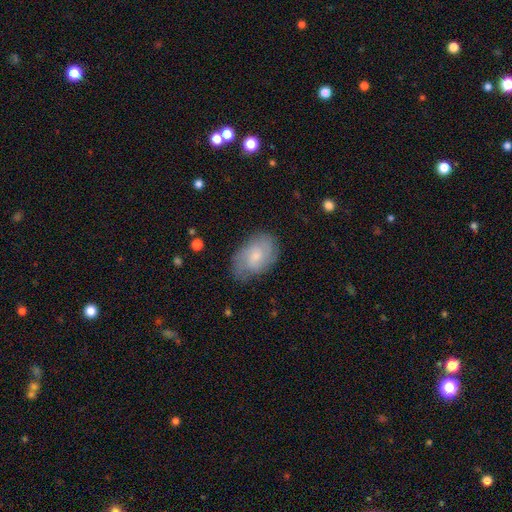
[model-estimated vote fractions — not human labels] Q: Smooth or featured?
A: smooth (49%); runner-up: featured or disk (44%)
Q: Merging?
A: none (69%); runner-up: minor disturbance (23%)